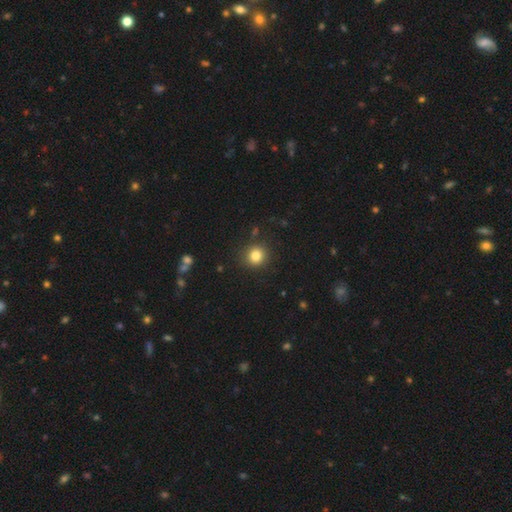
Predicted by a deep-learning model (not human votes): A smooth galaxy with no disk features (82%) that is round (89%). Merging: none (88%).